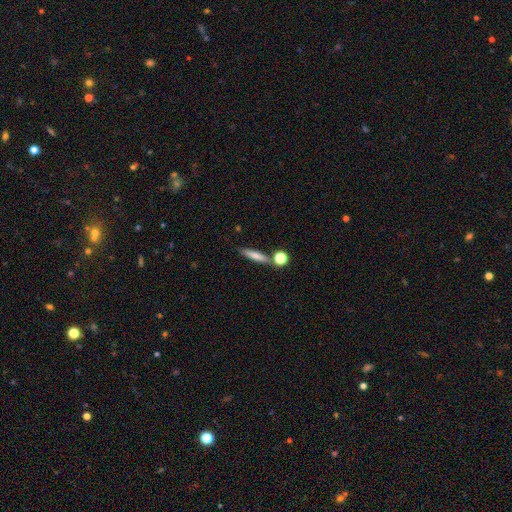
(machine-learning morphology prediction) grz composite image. It shows a smooth galaxy with no disk features (71%) that is cigar-shaped (82%). Merging: none (73%).